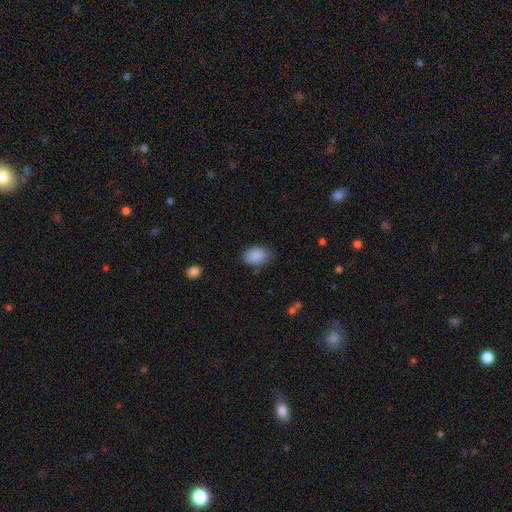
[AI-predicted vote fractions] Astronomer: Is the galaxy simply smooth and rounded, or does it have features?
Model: smooth — 89%.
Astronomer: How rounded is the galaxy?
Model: in between — 80%.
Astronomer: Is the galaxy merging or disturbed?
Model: none — 72%.